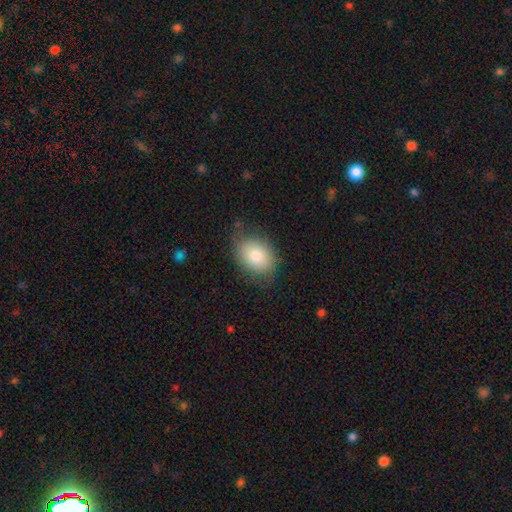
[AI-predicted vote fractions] This is likely a smooth galaxy (79%). How rounded: likely in between (64%). Merging: likely none (73%).